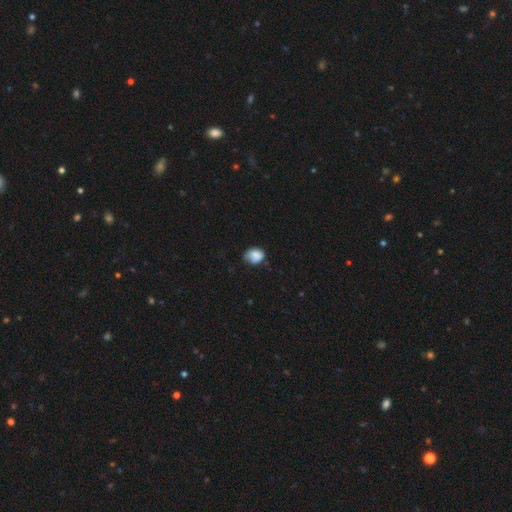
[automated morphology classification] smooth_or_featured: smooth (p=0.79) [alt: featured or disk p=0.12]
how_rounded: round (p=0.50) [alt: in between p=0.49]
merging: none (p=0.50) [alt: minor disturbance p=0.37]